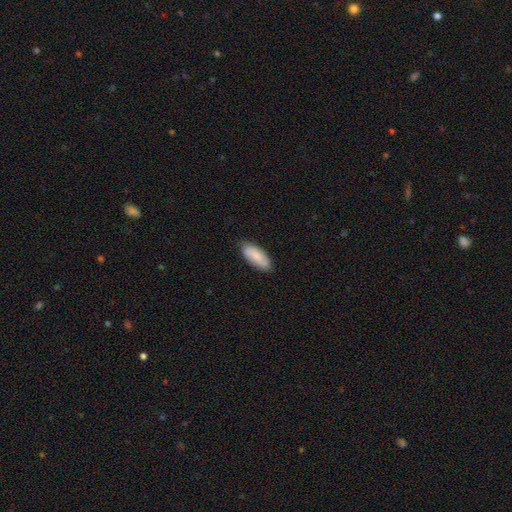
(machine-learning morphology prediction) Q: Smooth or featured?
A: smooth (84%); runner-up: featured or disk (11%)
Q: How rounded?
A: in between (84%); runner-up: cigar-shaped (14%)
Q: Merging?
A: none (83%); runner-up: minor disturbance (14%)